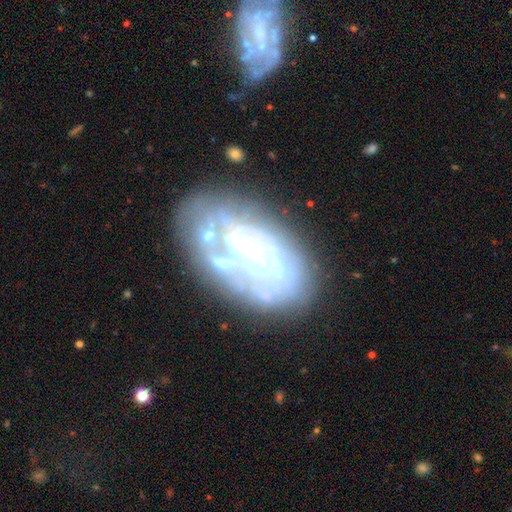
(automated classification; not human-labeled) A featured or disk galaxy (74%) with no bar (47%), no spiral arms (56%) and a moderate central bulge (35%).

Vote fractions:
- Smooth or featured? featured or disk: 74% / smooth: 15% / star or artifact: 10%
- Edge-on disk? no: 95% / yes: 5%
- Bar? no: 47% / weak: 28% / strong: 26%
- Spiral arms? no: 56% / yes: 44%
- Bulge size? moderate: 35% / none: 25% / small: 24% / large: 12% / dominant: 3%
- Merging? none: 56% / minor disturbance: 20% / major disturbance: 16% / merger: 7%